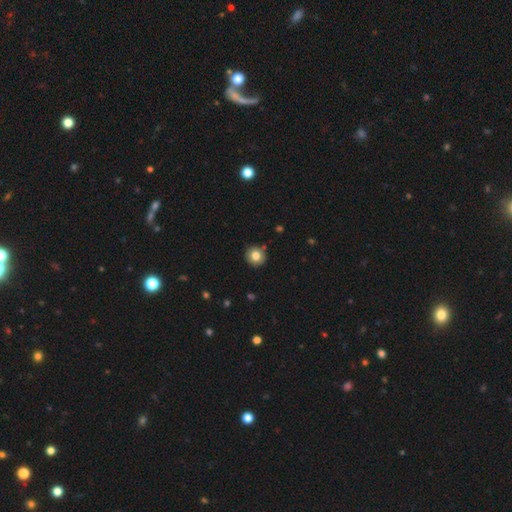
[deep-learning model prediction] Smooth or featured? Predicted: smooth (p=0.81). How rounded? Predicted: round (p=0.92). Merging? Predicted: none (p=0.89).